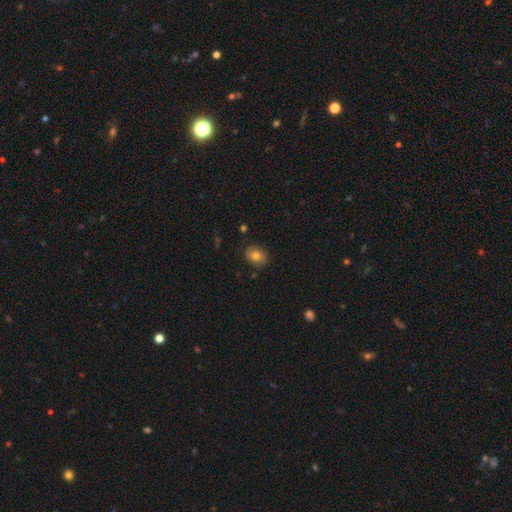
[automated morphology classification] type=smooth (72%); roundness=round (59%); merging=none (83%).